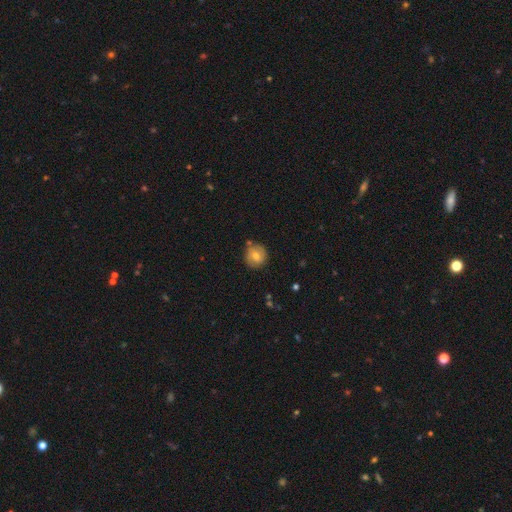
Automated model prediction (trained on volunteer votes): Smooth or featured: smooth — 72% (featured or disk — 19%)
How rounded: round — 89% (in between — 10%)
Merging: none — 78% (minor disturbance — 14%)